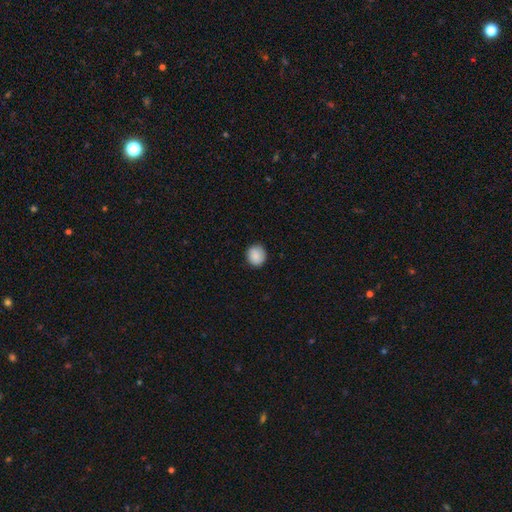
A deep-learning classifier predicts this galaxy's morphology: Smooth or featured: smooth — 89% (star or artifact — 7%)
How rounded: round — 82% (in between — 17%)
Merging: none — 89% (minor disturbance — 8%)